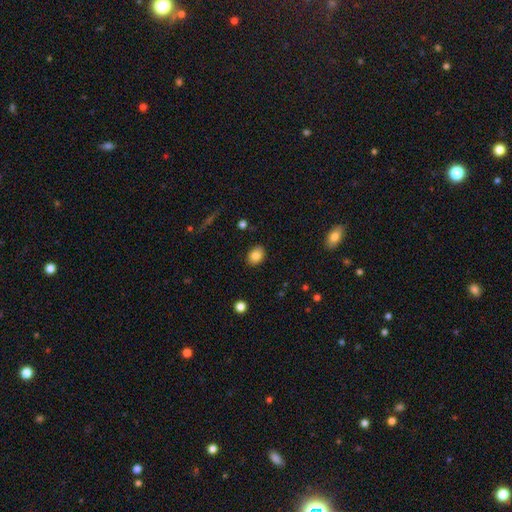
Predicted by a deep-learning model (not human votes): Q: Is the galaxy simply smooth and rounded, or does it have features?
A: smooth — 83%.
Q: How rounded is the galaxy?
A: in between — 60%.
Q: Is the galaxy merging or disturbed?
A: none — 87%.